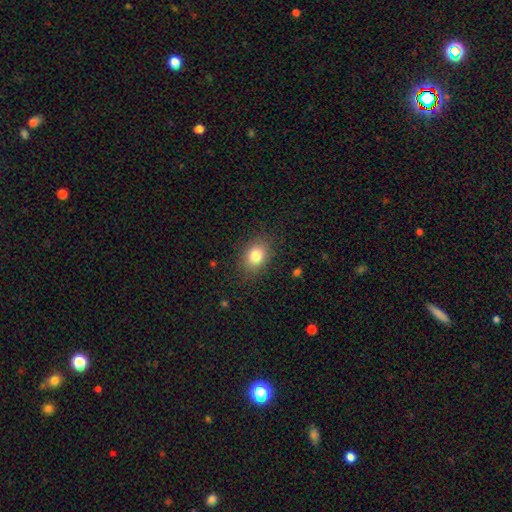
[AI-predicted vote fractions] This appears to be a smooth galaxy with no disk features (82%) that is in between round and cigar-shaped (64%). Merging: none (85%).